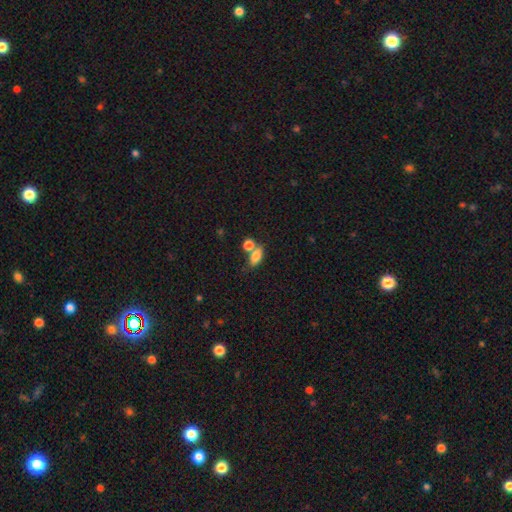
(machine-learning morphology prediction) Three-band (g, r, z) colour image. It shows a smooth galaxy with no disk features (79%) that is in between round and cigar-shaped (81%). Merging: none (45%).